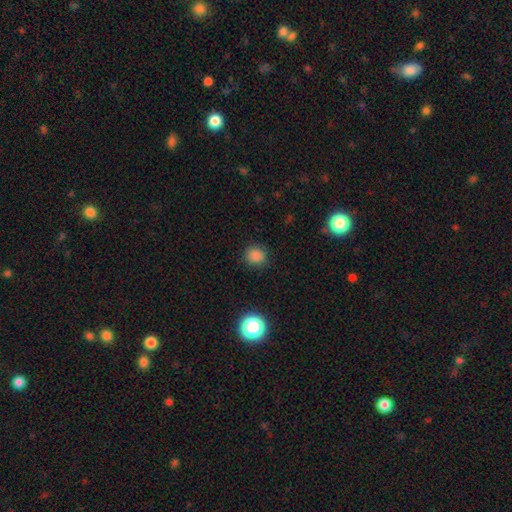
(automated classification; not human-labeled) A smooth galaxy with no disk features (82%) that is round (80%). Merging: none (85%).